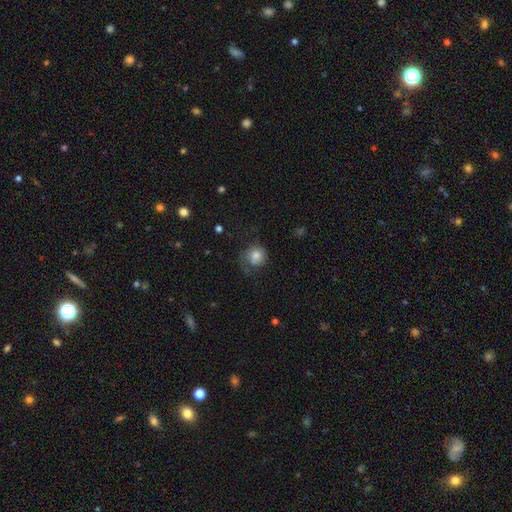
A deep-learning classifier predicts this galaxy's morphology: A smooth galaxy with no disk features (67%) that is round (81%).

Vote fractions:
- Smooth or featured? smooth: 67% / featured or disk: 23% / star or artifact: 10%
- How rounded? round: 81% / in between: 18% / cigar-shaped: 1%
- Merging? none: 46% / major disturbance: 26% / minor disturbance: 24% / merger: 4%